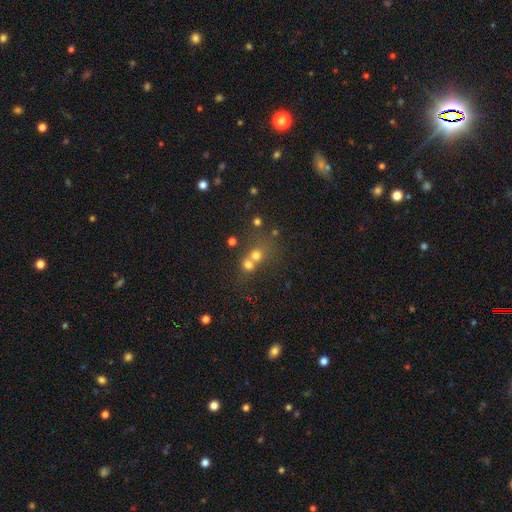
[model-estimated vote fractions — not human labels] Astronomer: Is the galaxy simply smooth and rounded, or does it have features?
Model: smooth — 62%.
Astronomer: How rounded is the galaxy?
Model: round — 79%.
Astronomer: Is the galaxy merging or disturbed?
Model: merger — 58%.